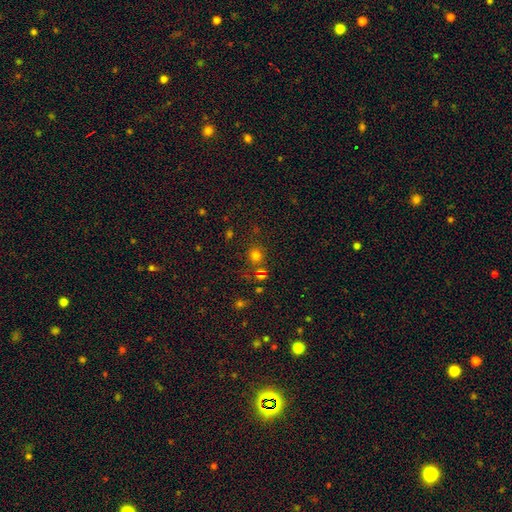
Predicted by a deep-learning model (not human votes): The model was most divided on "smooth or featured": smooth: 70%, star or artifact: 24%, featured or disk: 6%. More confident: how rounded — round (87%); merging — none (75%).